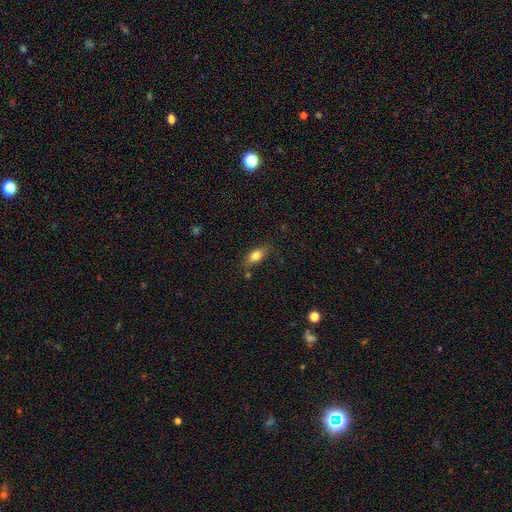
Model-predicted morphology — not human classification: A smooth galaxy with no disk features (76%) that is in between round and cigar-shaped (81%).

Vote fractions:
- Smooth or featured? smooth: 76% / featured or disk: 16% / star or artifact: 8%
- How rounded? in between: 81% / cigar-shaped: 12% / round: 7%
- Merging? none: 74% / minor disturbance: 18% / merger: 4% / major disturbance: 4%